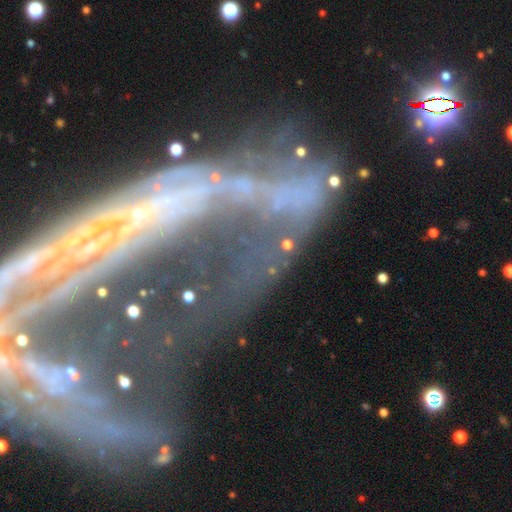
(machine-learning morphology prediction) Smooth or featured?
  - featured or disk: 59% *
  - star or artifact: 26%
  - smooth: 15%
Edge-on disk?
  - no: 80% *
  - yes: 20%
Merging?
  - none: 37% *
  - major disturbance: 35%
  - minor disturbance: 14%
  - merger: 13%